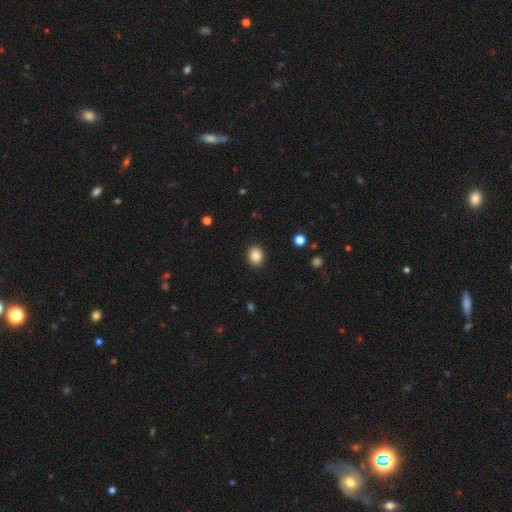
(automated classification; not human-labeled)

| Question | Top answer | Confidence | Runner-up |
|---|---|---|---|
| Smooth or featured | smooth | 87% | star or artifact (9%) |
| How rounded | round | 53% | in between (46%) |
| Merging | none | 90% | minor disturbance (7%) |